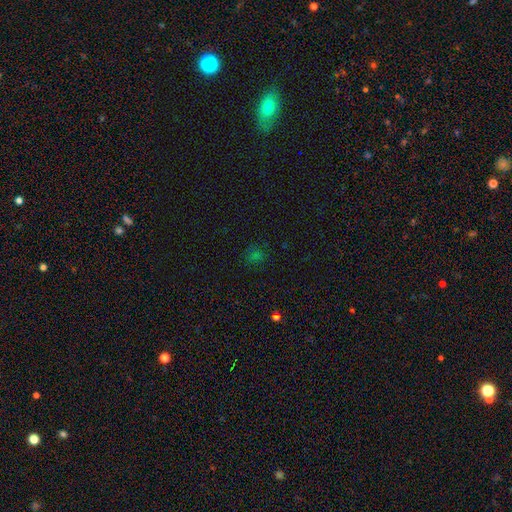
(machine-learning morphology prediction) This is possibly a smooth galaxy (53%). How rounded: likely round (78%). Merging: clearly none (82%).